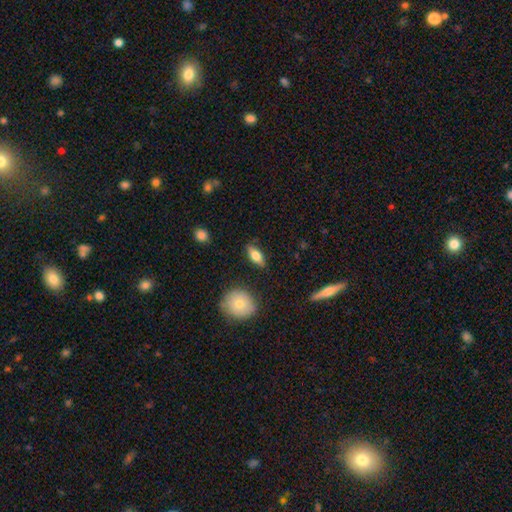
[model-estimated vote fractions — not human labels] smooth_or_featured: smooth (p=0.66) [alt: featured or disk p=0.27]
how_rounded: in between (p=0.77) [alt: cigar-shaped p=0.19]
merging: none (p=0.83) [alt: minor disturbance p=0.12]